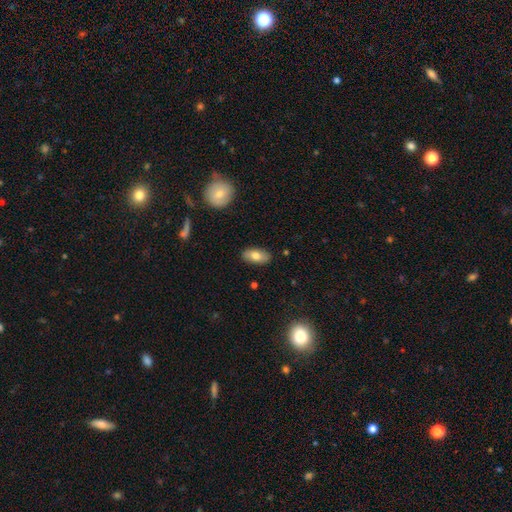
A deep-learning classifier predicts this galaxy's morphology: smooth-or-featured: smooth: 75% | featured or disk: 18% | star or artifact: 7%
  how-rounded: in between: 91% | cigar-shaped: 5% | round: 4%
  merging: none: 87% | minor disturbance: 10% | major disturbance: 2% | merger: 1%